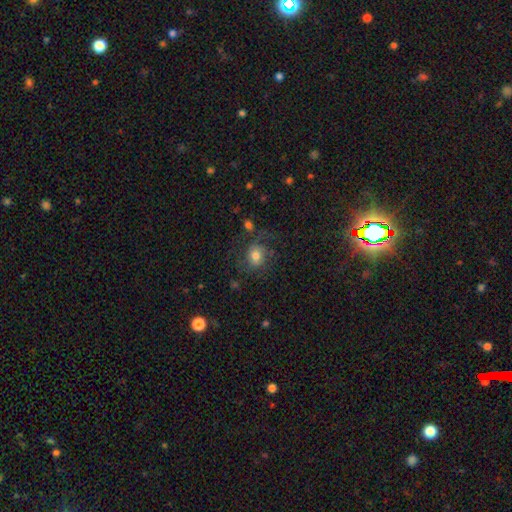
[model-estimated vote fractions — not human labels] Morphology: type=smooth (61%); roundness=round (76%); merging=none (59%).